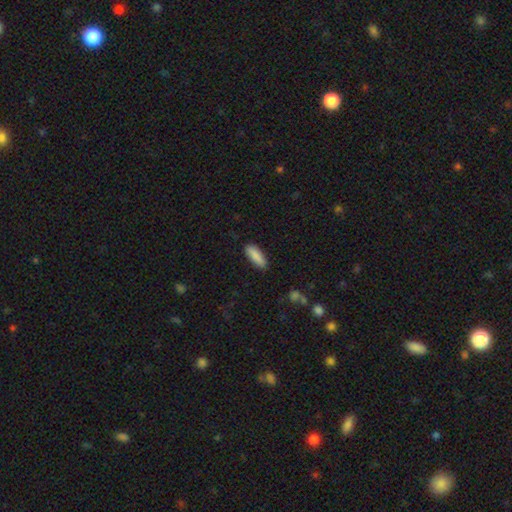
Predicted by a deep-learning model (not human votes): Q: Smooth or featured?
A: smooth (89%); runner-up: star or artifact (6%)
Q: How rounded?
A: in between (54%); runner-up: cigar-shaped (45%)
Q: Merging?
A: none (87%); runner-up: minor disturbance (10%)